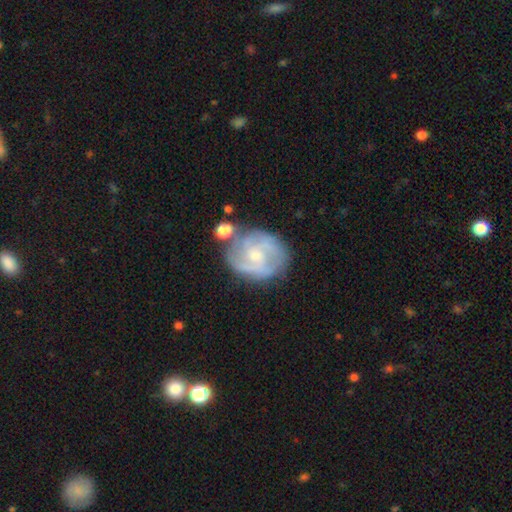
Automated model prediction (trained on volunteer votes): Smooth or featured: featured or disk — 77% (smooth — 17%)
Edge-on disk: no — 98% (yes — 2%)
Bar: no — 55% (weak — 38%)
Spiral arms: yes — 88% (no — 12%)
Spiral winding: medium — 43% (tight — 42%)
Spiral arm count: 2 — 33% (can't tell — 27%)
Bulge size: small — 55% (moderate — 37%)
Merging: none — 61% (minor disturbance — 20%)